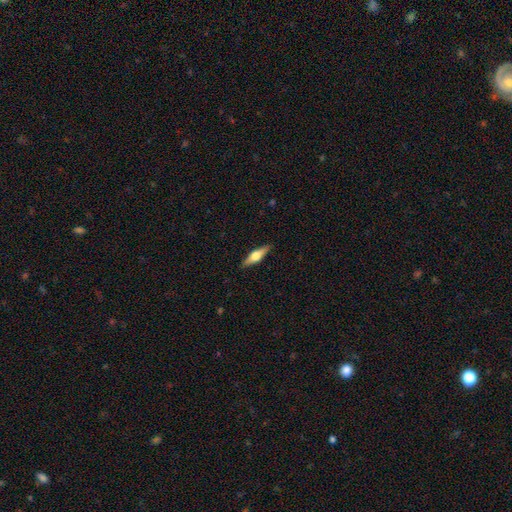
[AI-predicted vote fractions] Smooth or featured? Predicted: featured or disk (p=0.58). Edge-on disk? Predicted: yes (p=0.95). Edge-on bulge? Predicted: rounded (p=0.93). Merging? Predicted: none (p=0.90).